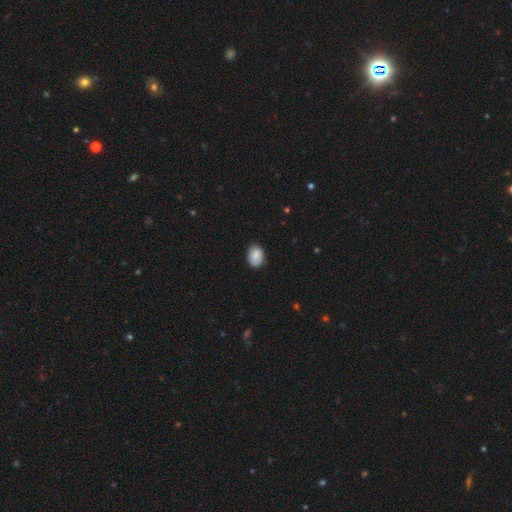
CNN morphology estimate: A smooth galaxy with no disk features (87%) that is in between round and cigar-shaped (74%). Merging: none (77%).